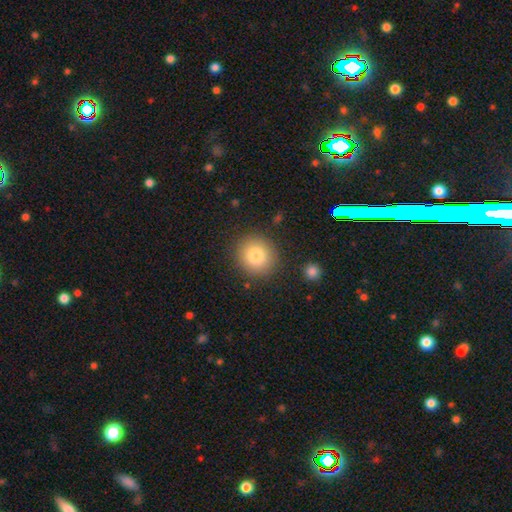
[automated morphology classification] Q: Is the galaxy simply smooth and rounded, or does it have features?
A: smooth — 81%.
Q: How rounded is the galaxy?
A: round — 90%.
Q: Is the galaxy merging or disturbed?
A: none — 87%.